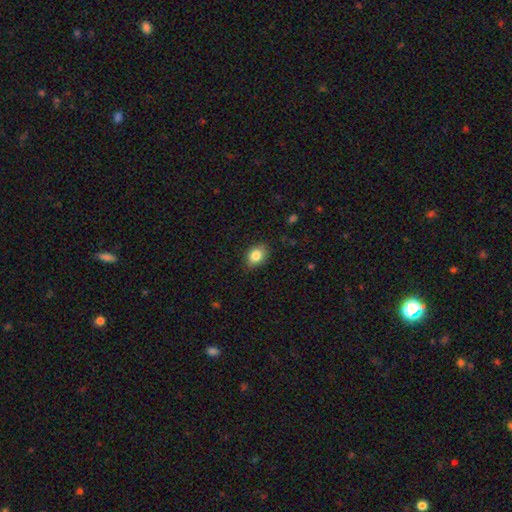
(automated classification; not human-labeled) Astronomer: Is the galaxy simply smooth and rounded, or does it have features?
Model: smooth — 84%.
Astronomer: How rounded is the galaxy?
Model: in between — 71%.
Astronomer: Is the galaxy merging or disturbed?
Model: none — 83%.